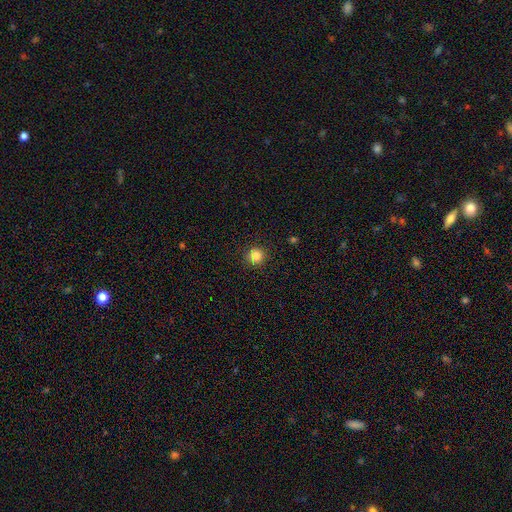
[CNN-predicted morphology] This is clearly a smooth galaxy (84%). How rounded: clearly round (94%). Merging: clearly none (91%).